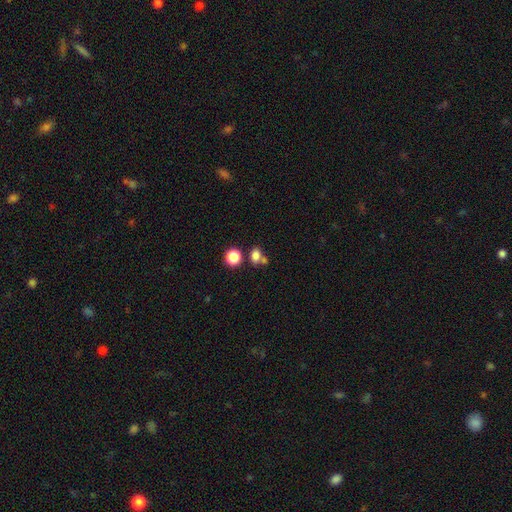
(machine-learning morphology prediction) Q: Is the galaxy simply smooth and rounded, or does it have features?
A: smooth — 79%.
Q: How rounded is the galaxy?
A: in between — 54%.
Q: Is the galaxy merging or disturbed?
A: none — 56%.